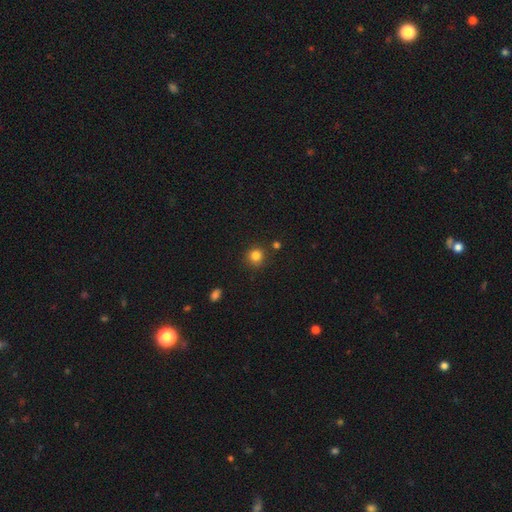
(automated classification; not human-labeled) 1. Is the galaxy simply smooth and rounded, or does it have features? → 83% smooth, 12% star or artifact, 5% featured or disk.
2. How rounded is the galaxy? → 91% round, 8% in between, 1% cigar-shaped.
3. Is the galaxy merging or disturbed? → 86% none, 8% minor disturbance, 4% merger, 2% major disturbance.